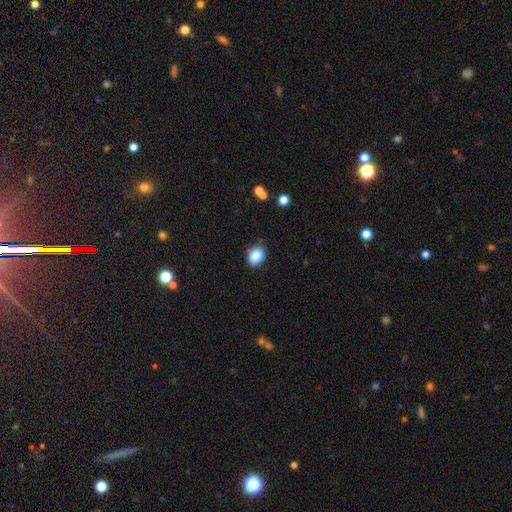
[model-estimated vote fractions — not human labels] The model was most divided on "how rounded": in between: 54%, round: 45%, cigar-shaped: 1%. More confident: smooth or featured — smooth (86%); merging — none (84%).